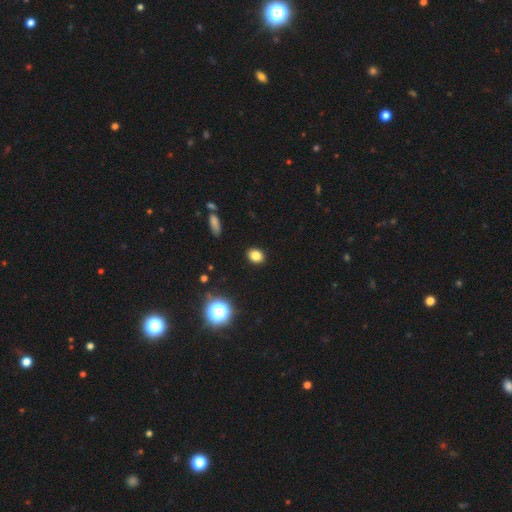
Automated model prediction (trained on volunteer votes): smooth_or_featured: smooth (p=0.82) [alt: star or artifact p=0.12]
how_rounded: in between (p=0.52) [alt: round p=0.46]
merging: none (p=0.90) [alt: minor disturbance p=0.07]